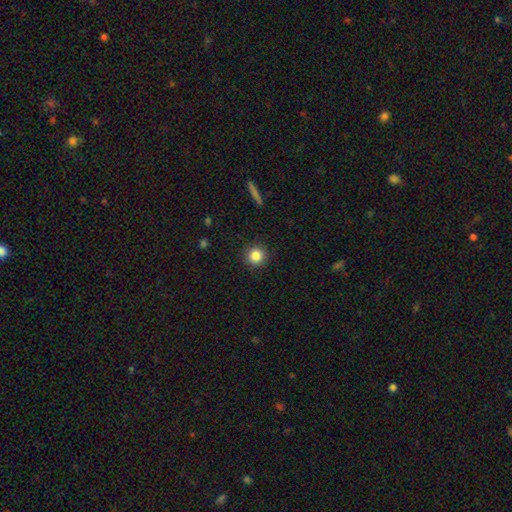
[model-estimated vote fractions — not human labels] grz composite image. It shows a smooth galaxy with no disk features (85%) that is round (95%). Merging: none (91%).